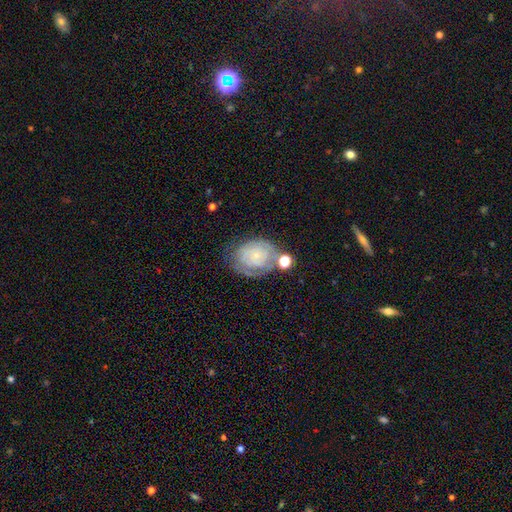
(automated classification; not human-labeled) Smooth or featured: featured or disk — 54% (smooth — 36%)
Edge-on disk: no — 96% (yes — 4%)
Bar: no — 86% (weak — 12%)
Spiral arms: yes — 64% (no — 36%)
Bulge size: small — 80% (moderate — 10%)
Merging: none — 49% (minor disturbance — 24%)